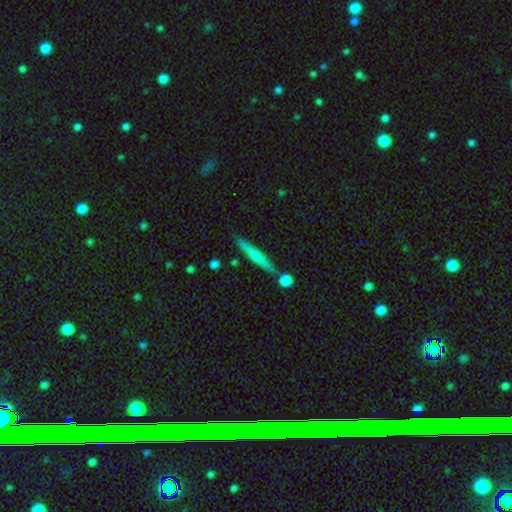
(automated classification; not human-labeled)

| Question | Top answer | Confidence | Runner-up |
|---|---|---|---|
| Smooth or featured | smooth | 60% | featured or disk (34%) |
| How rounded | cigar-shaped | 94% | in between (4%) |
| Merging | none | 80% | minor disturbance (10%) |